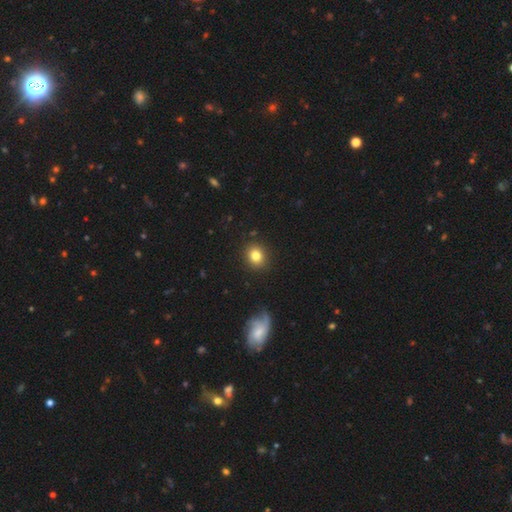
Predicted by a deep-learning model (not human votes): Smooth or featured: smooth — 82% (star or artifact — 10%)
How rounded: round — 74% (in between — 25%)
Merging: none — 89% (minor disturbance — 7%)